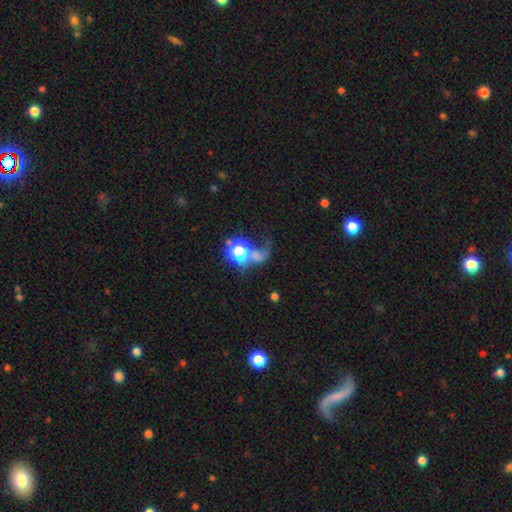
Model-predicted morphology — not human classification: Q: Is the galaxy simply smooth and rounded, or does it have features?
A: smooth — 41%.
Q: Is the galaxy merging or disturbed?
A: major disturbance — 38%.